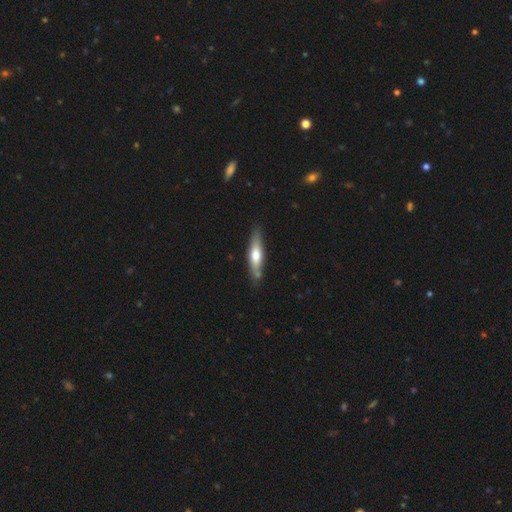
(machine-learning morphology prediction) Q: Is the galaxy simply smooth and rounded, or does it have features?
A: smooth — 51%.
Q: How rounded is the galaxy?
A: cigar-shaped — 76%.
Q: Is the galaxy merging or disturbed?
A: none — 79%.